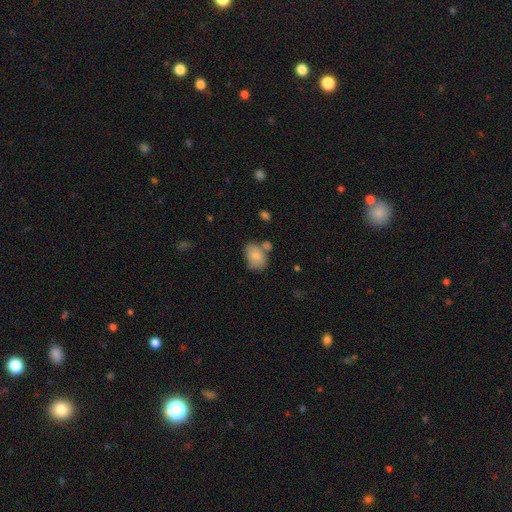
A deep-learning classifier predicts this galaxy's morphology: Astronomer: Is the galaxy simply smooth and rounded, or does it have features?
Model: smooth — 79%.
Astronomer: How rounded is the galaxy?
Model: in between — 79%.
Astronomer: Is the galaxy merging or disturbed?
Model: none — 51%.